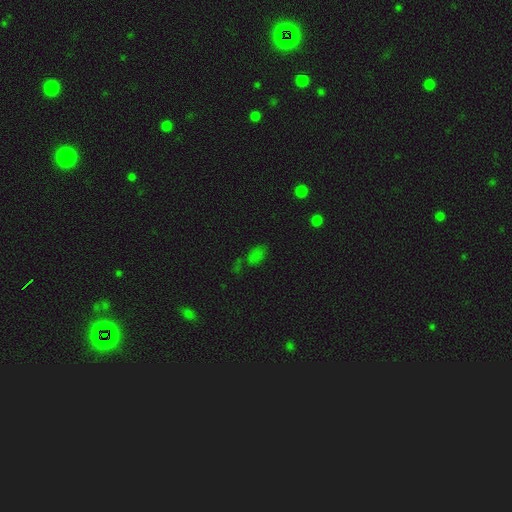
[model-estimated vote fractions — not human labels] Overall: smooth (58%; star or artifact 33%). How rounded: in between (86%). Merging: none (56%; minor disturbance 21%).